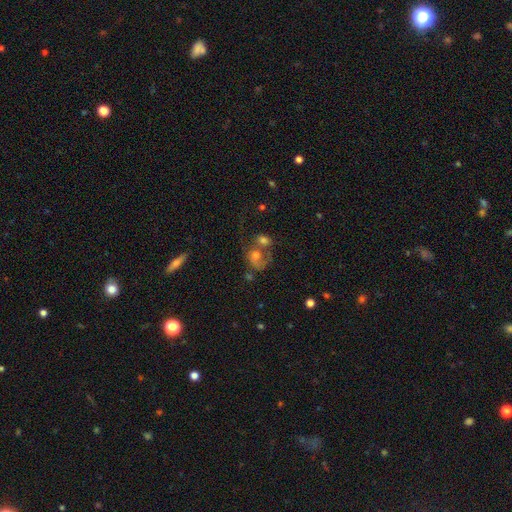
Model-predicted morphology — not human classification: smooth-or-featured: featured or disk: 43% | smooth: 41% | star or artifact: 16%
  merging: merger: 49% | none: 24% | major disturbance: 16% | minor disturbance: 11%